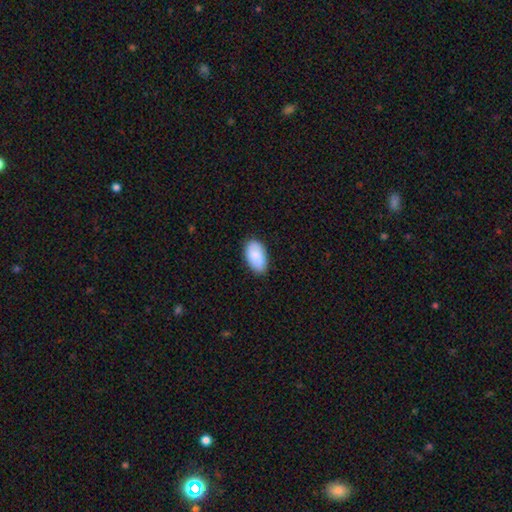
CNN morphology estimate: The model was most divided on "merging": none: 80%, minor disturbance: 15%, major disturbance: 3%, merger: 2%. More confident: how rounded — in between (94%); smooth or featured — smooth (80%).